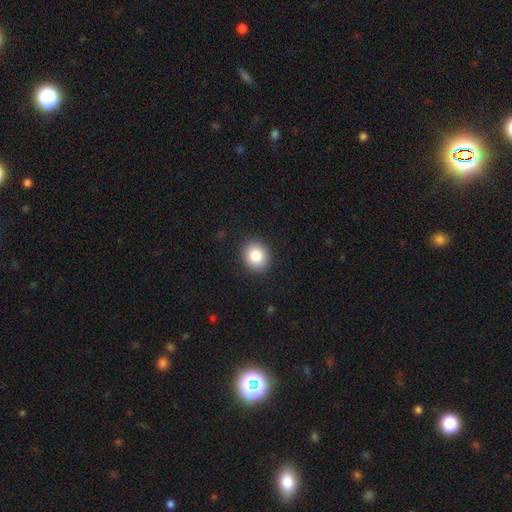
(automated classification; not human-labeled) This is clearly a smooth galaxy (85%). How rounded: likely round (71%). Merging: clearly none (90%).